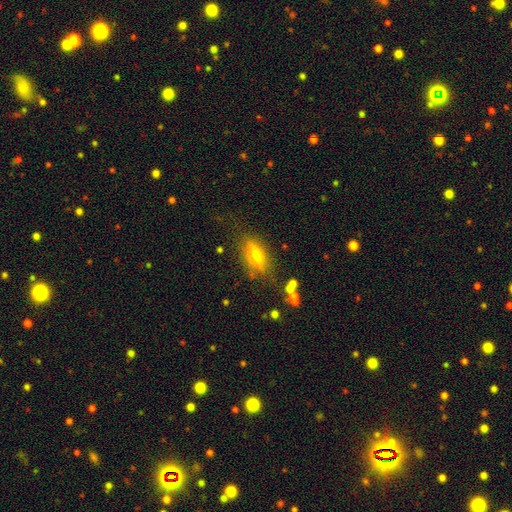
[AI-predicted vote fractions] This appears to be a smooth galaxy with no disk features (46%). Merging: none (79%).